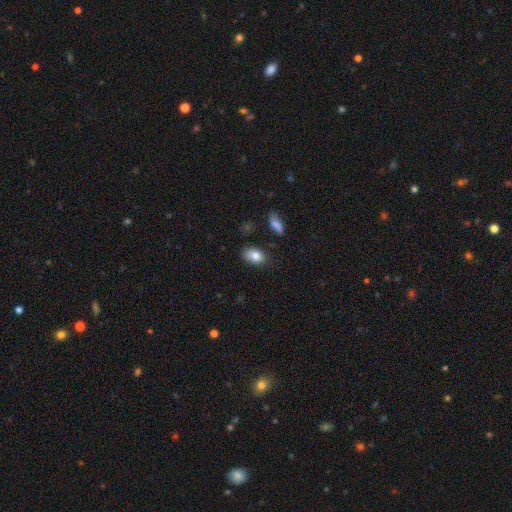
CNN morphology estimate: A smooth galaxy with no disk features (82%) that is in between round and cigar-shaped (89%).

Vote fractions:
- Smooth or featured? smooth: 82% / featured or disk: 10% / star or artifact: 8%
- How rounded? in between: 89% / round: 9% / cigar-shaped: 2%
- Merging? none: 78% / minor disturbance: 16% / major disturbance: 3% / merger: 3%